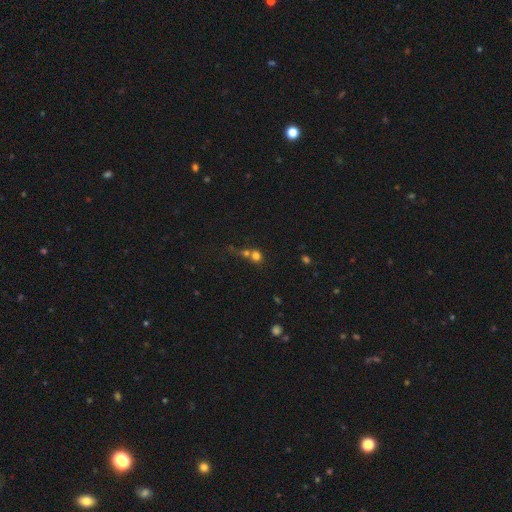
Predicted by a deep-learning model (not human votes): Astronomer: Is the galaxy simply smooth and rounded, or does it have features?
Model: smooth — 70%.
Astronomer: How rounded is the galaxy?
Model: round — 82%.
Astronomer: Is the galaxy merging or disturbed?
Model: merger — 46% (runner-up: none, 40%).